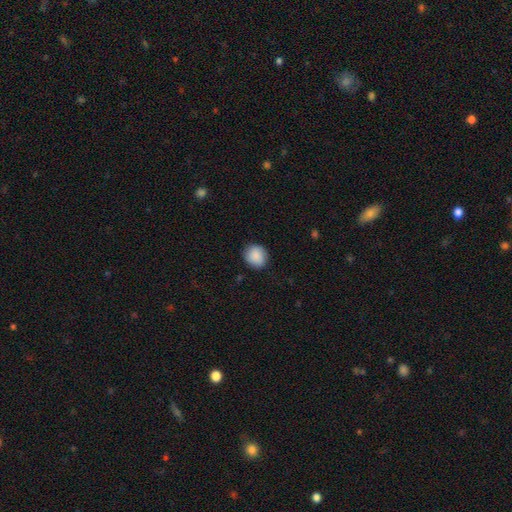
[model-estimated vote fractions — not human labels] Smooth or featured? smooth (88%)
How rounded? round (80%)
Merging? none (85%)